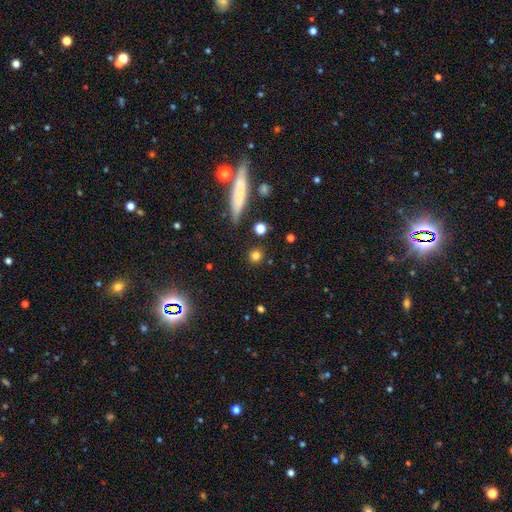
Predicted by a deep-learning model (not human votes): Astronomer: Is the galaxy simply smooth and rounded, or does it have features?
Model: smooth — 80%.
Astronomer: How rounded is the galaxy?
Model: round — 86%.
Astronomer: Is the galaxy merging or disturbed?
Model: none — 87%.